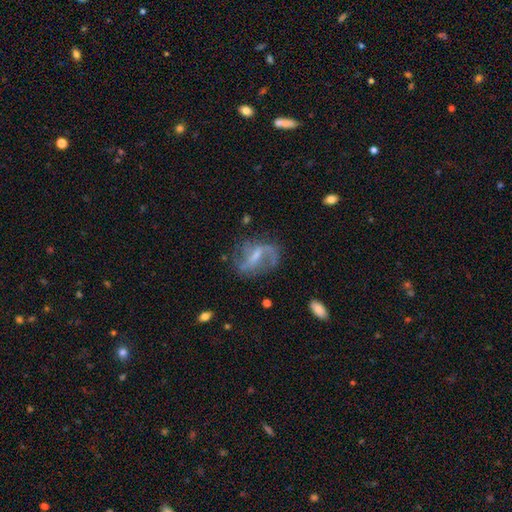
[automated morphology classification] This appears to be a featured or disk galaxy (77%) with a weak bar (49%), 2 (70%) loose (61%) spiral arms (85%) and a small central bulge (47%). Merging: none (59%).